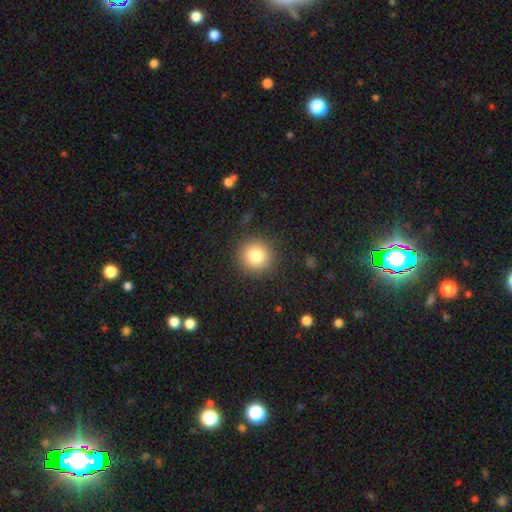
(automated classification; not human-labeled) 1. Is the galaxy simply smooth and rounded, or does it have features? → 81% smooth, 11% star or artifact, 8% featured or disk.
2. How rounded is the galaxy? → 93% round, 6% in between, 1% cigar-shaped.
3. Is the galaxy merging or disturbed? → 89% none, 7% minor disturbance, 3% major disturbance, 1% merger.